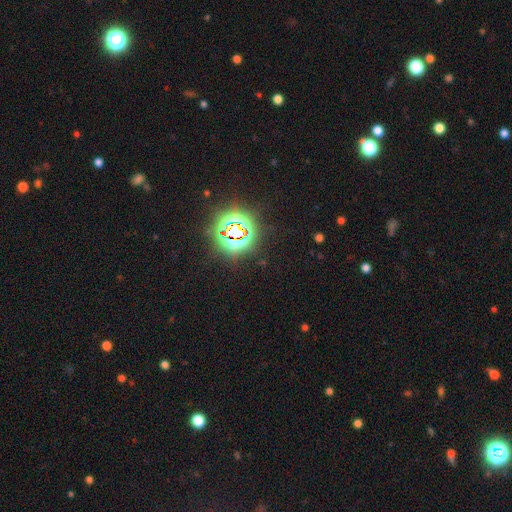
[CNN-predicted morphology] Smooth or featured? Predicted: star or artifact (p=0.82).